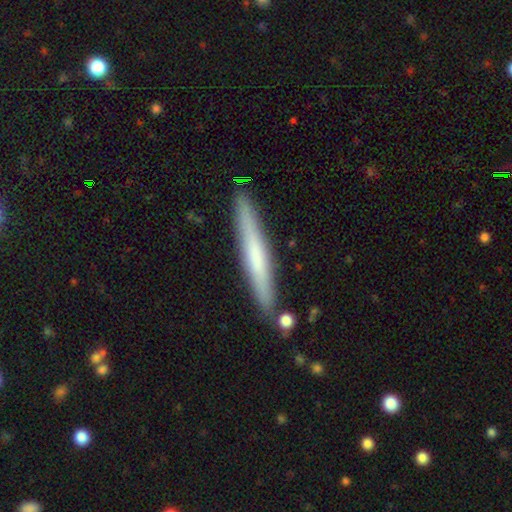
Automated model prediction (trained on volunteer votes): Q: Smooth or featured?
A: smooth (54%); runner-up: featured or disk (40%)
Q: How rounded?
A: cigar-shaped (96%); runner-up: in between (3%)
Q: Merging?
A: none (87%); runner-up: minor disturbance (9%)